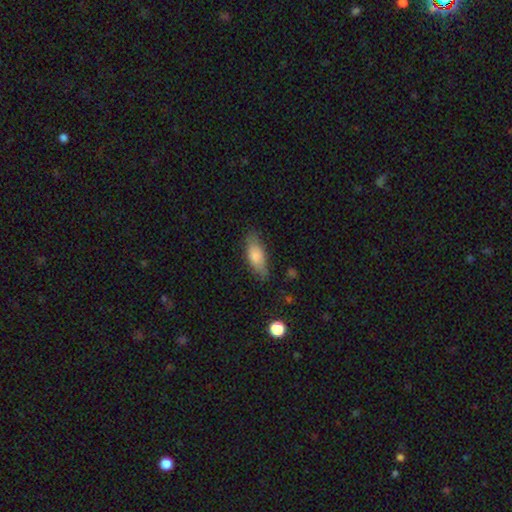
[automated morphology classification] Smooth or featured? smooth (78%)
How rounded? in between (73%)
Merging? none (74%)